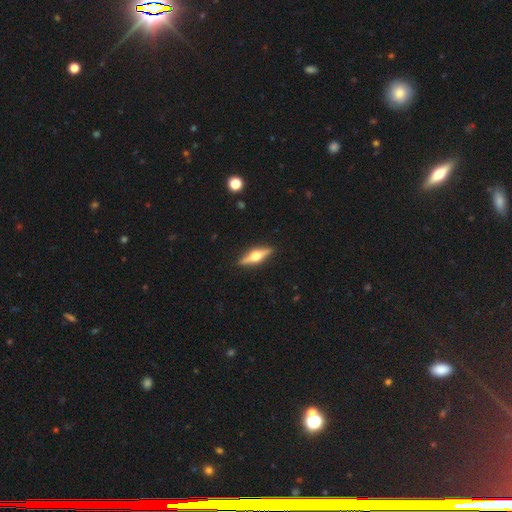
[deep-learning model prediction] Smooth or featured?
  - featured or disk: 73% *
  - smooth: 22%
  - star or artifact: 5%
Edge-on disk?
  - yes: 97% *
  - no: 3%
Edge-on bulge?
  - rounded: 96% *
  - boxy: 2%
  - none: 1%
Merging?
  - none: 91% *
  - minor disturbance: 6%
  - major disturbance: 2%
  - merger: 1%